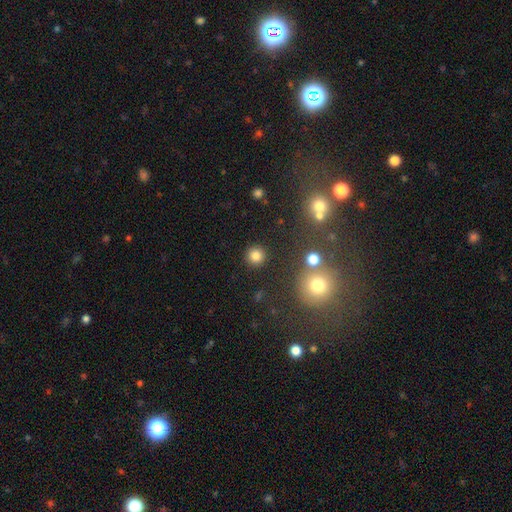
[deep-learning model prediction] A smooth galaxy with no disk features (81%) that is round (94%). Merging: none (90%).